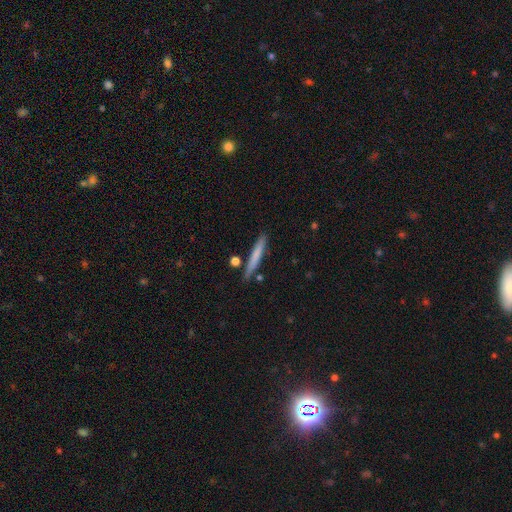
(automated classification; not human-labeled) This is likely a smooth galaxy (69%). How rounded: clearly cigar-shaped (96%). Merging: clearly none (83%).